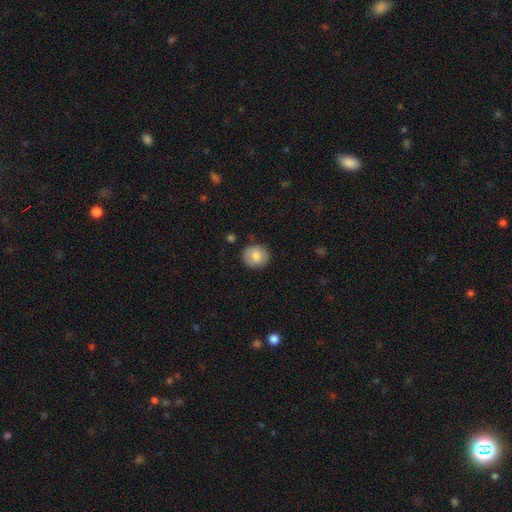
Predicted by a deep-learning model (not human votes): Smooth or featured? smooth (79%)
How rounded? round (81%)
Merging? none (86%)